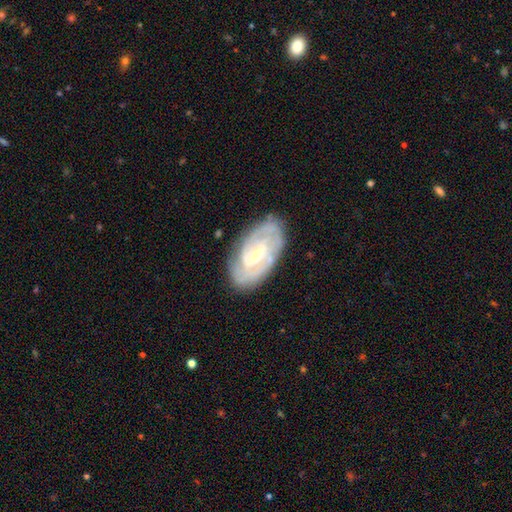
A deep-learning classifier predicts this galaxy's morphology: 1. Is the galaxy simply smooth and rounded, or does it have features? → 82% featured or disk, 13% smooth, 5% star or artifact.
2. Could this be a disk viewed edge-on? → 95% no, 5% yes.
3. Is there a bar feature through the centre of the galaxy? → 49% weak, 27% no, 23% strong.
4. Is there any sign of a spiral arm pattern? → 92% yes, 8% no.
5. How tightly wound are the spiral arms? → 65% tight, 28% medium, 6% loose.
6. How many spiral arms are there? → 40% 2, 31% can't tell, 15% 3, 6% 4, 4% 1, 3% more than 4.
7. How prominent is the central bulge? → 62% small, 34% moderate, 2% none, 2% large, 1% dominant.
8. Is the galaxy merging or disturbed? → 80% none, 15% minor disturbance, 4% major disturbance, 1% merger.